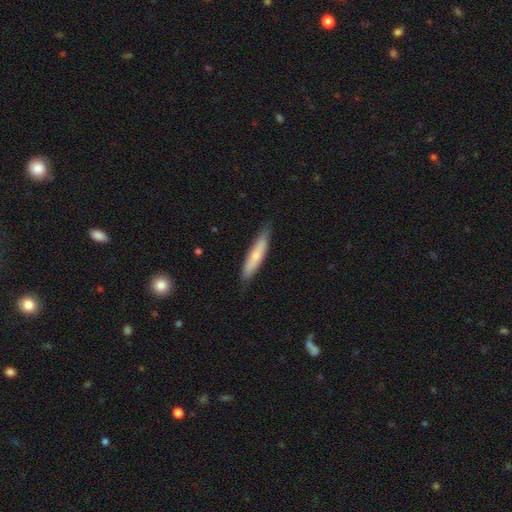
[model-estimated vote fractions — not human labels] Morphology: type=smooth (64%); roundness=cigar-shaped (83%); merging=none (81%).